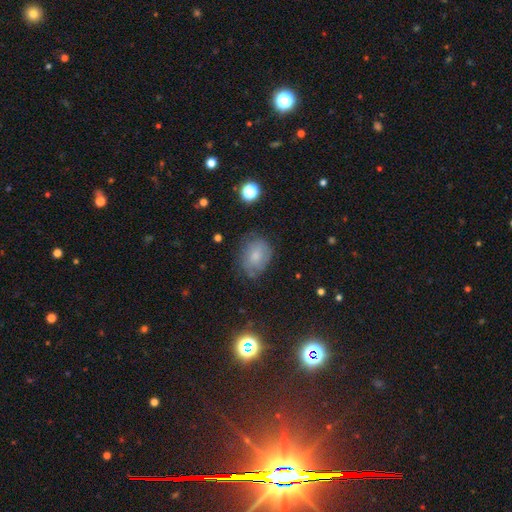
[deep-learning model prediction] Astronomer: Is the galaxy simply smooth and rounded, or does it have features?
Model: smooth — 66%.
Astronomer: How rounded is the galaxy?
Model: in between — 58% (runner-up: round, 40%).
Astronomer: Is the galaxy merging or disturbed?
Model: none — 65%.